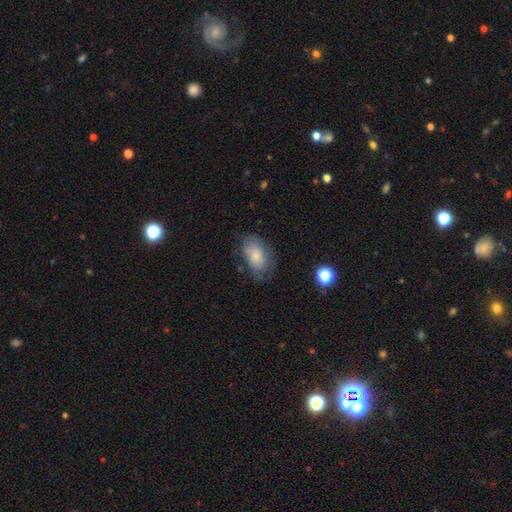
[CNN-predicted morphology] Overall: smooth (74%). How rounded: in between (90%). Merging: none (60%; minor disturbance 27%).